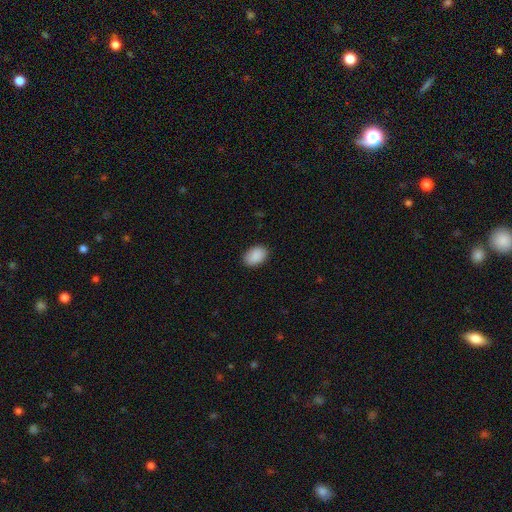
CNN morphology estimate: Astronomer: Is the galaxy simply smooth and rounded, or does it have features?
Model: smooth — 90%.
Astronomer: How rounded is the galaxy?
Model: in between — 85%.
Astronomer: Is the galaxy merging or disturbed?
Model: none — 88%.